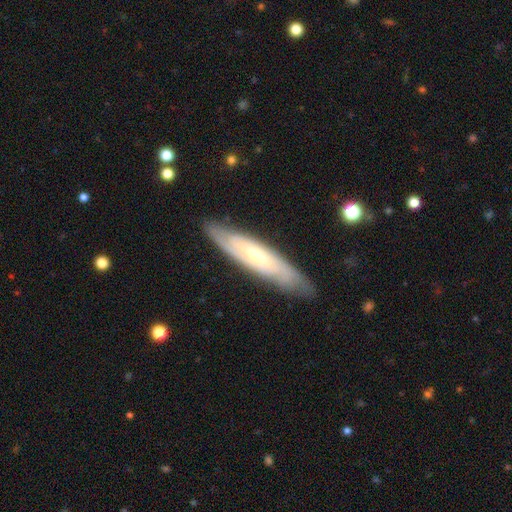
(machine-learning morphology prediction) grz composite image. It shows a featured or disk galaxy (70%). Merging: none (83%).